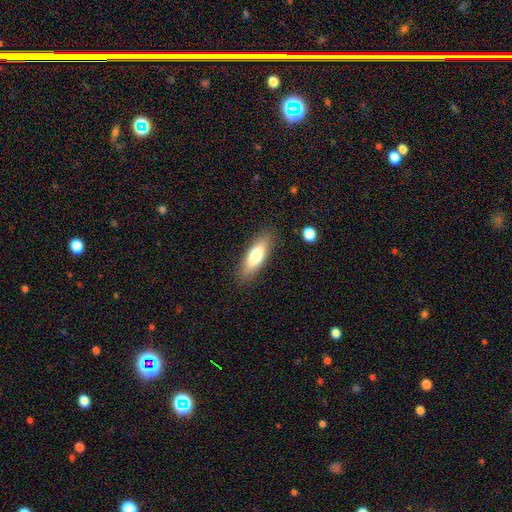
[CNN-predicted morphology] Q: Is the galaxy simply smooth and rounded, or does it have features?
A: smooth — 75%.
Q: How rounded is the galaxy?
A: in between — 57%.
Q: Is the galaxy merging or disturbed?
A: none — 86%.